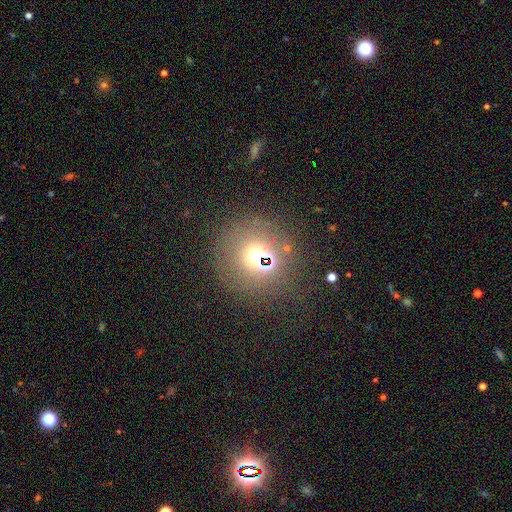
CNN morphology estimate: Q: Smooth or featured?
A: smooth (51%); runner-up: star or artifact (37%)
Q: How rounded?
A: round (91%); runner-up: in between (8%)
Q: Merging?
A: none (77%); runner-up: minor disturbance (9%)